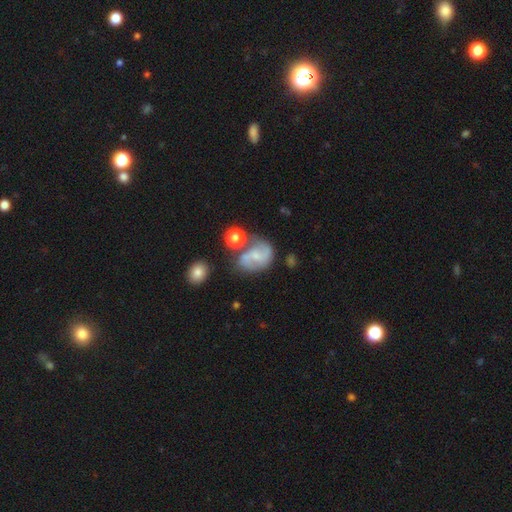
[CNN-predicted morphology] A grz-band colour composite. It shows a featured or disk galaxy (65%) with no bar (47%), 2 (86%) medium (45%) spiral arms (88%) and a small central bulge (61%). Merging: none (53%).